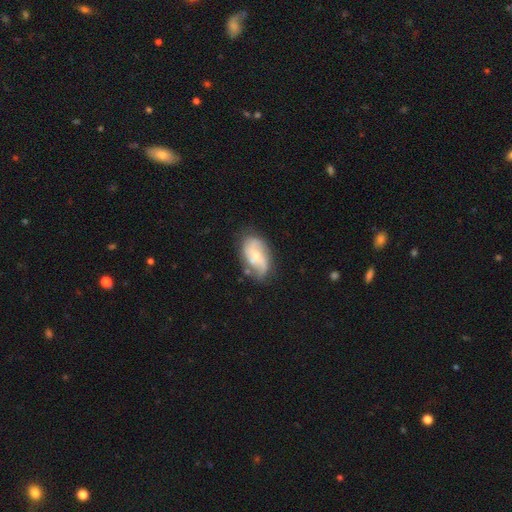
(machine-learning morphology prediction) Smooth or featured: featured or disk — 64% (smooth — 29%)
Edge-on disk: no — 96% (yes — 4%)
Bar: no — 51% (weak — 38%)
Spiral arms: yes — 83% (no — 17%)
Spiral winding: loose — 48% (medium — 36%)
Spiral arm count: 2 — 70% (can't tell — 16%)
Bulge size: small — 54% (moderate — 40%)
Merging: none — 60% (minor disturbance — 25%)